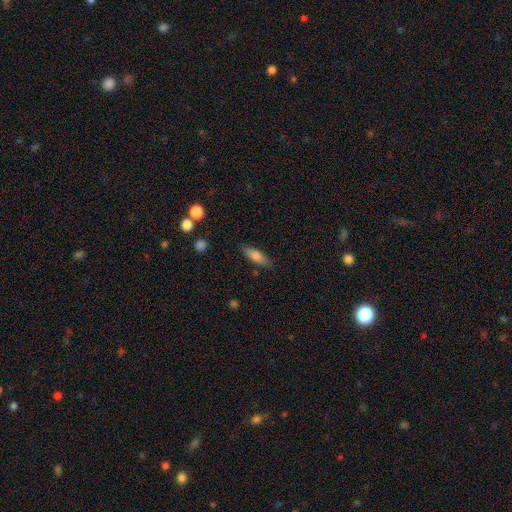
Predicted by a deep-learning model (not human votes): The model was most divided on "how rounded": in between: 51%, cigar-shaped: 46%, round: 2%. More confident: merging — none (83%); smooth or featured — smooth (76%).